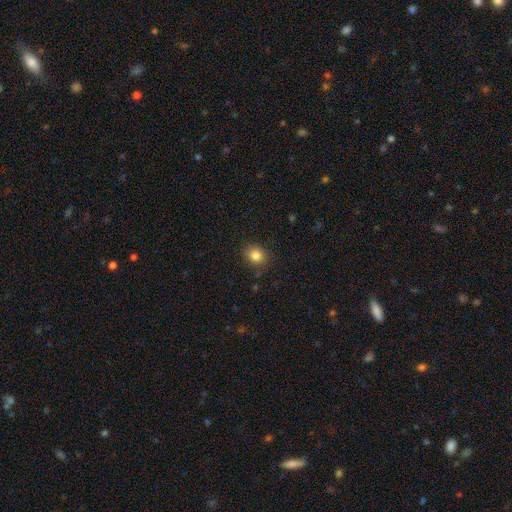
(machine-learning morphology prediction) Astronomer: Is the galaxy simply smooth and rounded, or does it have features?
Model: smooth — 84%.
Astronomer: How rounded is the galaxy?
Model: round — 72%.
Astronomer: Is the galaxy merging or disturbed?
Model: none — 86%.